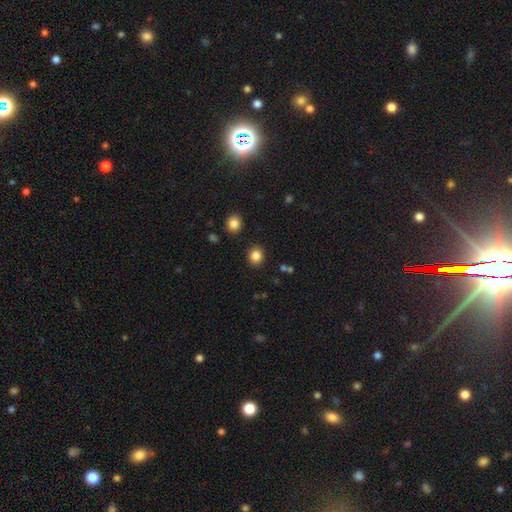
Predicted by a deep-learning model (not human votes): Smooth or featured? Predicted: smooth (p=0.84). How rounded? Predicted: round (p=0.77). Merging? Predicted: none (p=0.89).